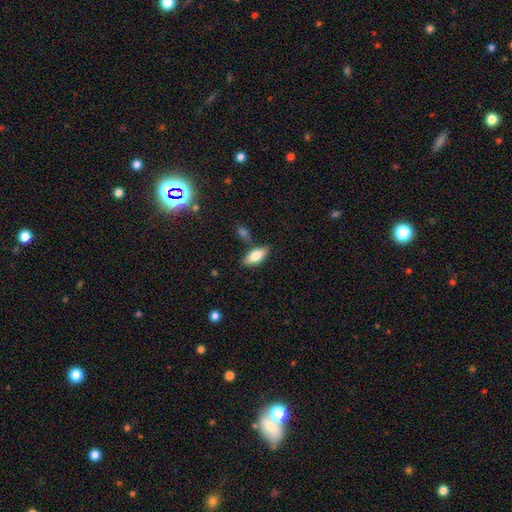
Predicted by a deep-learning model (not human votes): Smooth or featured?
  - smooth: 76% *
  - featured or disk: 17%
  - star or artifact: 7%
How rounded?
  - in between: 85% *
  - cigar-shaped: 13%
  - round: 3%
Merging?
  - none: 75% *
  - minor disturbance: 14%
  - merger: 8%
  - major disturbance: 3%